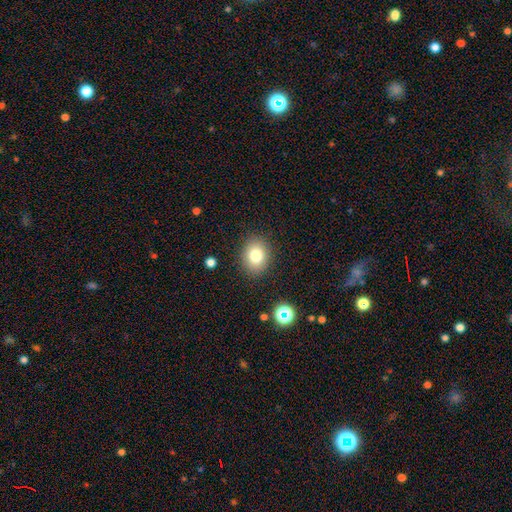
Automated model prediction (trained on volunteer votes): Q: Smooth or featured?
A: smooth (79%); runner-up: star or artifact (12%)
Q: How rounded?
A: round (52%); runner-up: in between (47%)
Q: Merging?
A: none (87%); runner-up: minor disturbance (9%)